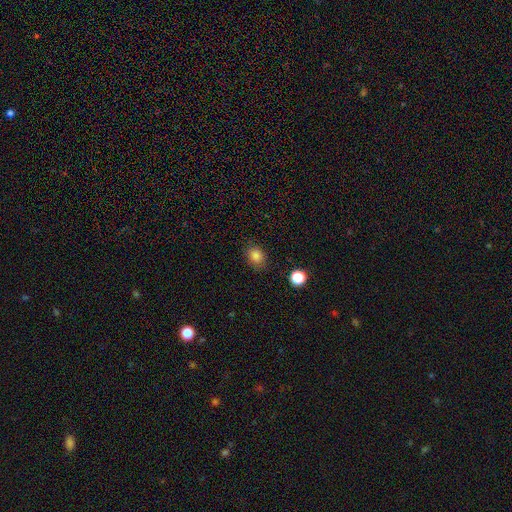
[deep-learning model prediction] Smooth or featured: smooth — 83% (star or artifact — 12%)
How rounded: round — 50% (in between — 49%)
Merging: none — 82% (minor disturbance — 13%)